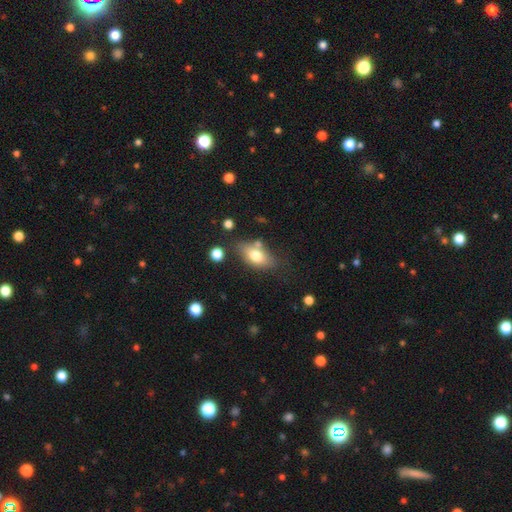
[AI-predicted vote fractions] A smooth galaxy with no disk features (72%) that is in between round and cigar-shaped (85%). Merging: none (66%).